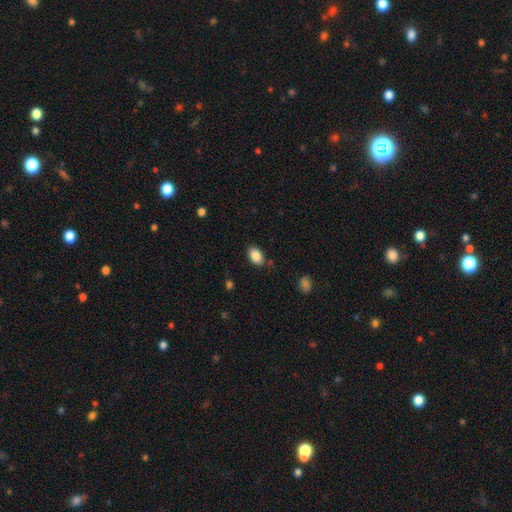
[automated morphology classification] Smooth or featured?
  - smooth: 87% *
  - star or artifact: 8%
  - featured or disk: 5%
How rounded?
  - in between: 89% *
  - round: 10%
  - cigar-shaped: 1%
Merging?
  - none: 83% *
  - minor disturbance: 12%
  - major disturbance: 3%
  - merger: 2%